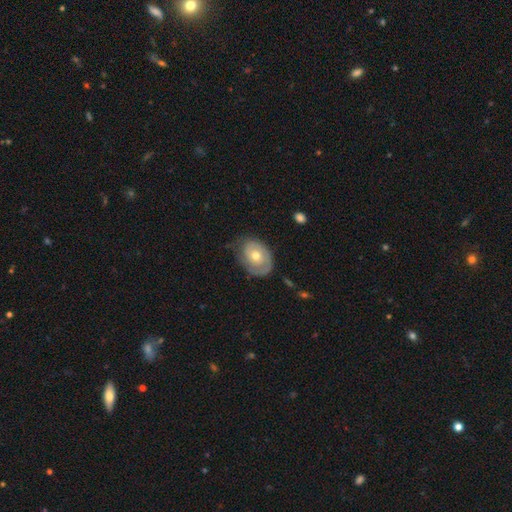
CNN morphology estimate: The model was most divided on "smooth or featured": featured or disk: 58%, smooth: 37%, star or artifact: 6%. More confident: edge-on disk — no (95%); bar — no (85%); bulge size — moderate (68%); spiral arms — yes (65%); merging — none (57%).